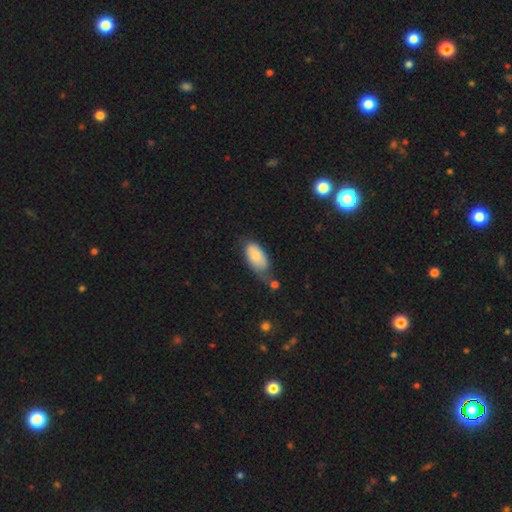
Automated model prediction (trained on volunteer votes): A smooth galaxy with no disk features (76%) that is in between round and cigar-shaped (93%). Merging: none (40%).